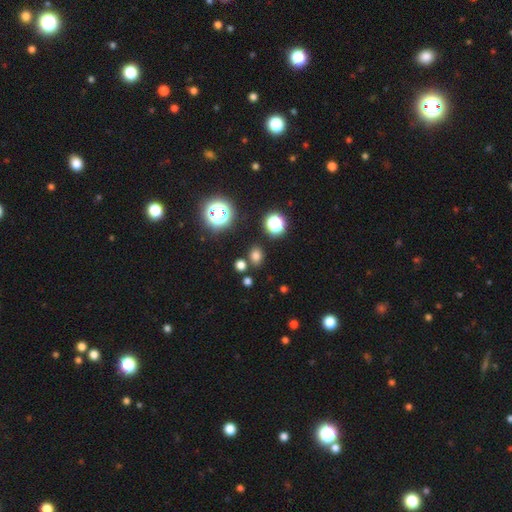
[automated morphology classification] Smooth or featured?
  - smooth: 70% *
  - star or artifact: 24%
  - featured or disk: 6%
How rounded?
  - round: 53% *
  - in between: 46%
  - cigar-shaped: 1%
Merging?
  - none: 82% *
  - minor disturbance: 9%
  - merger: 6%
  - major disturbance: 3%